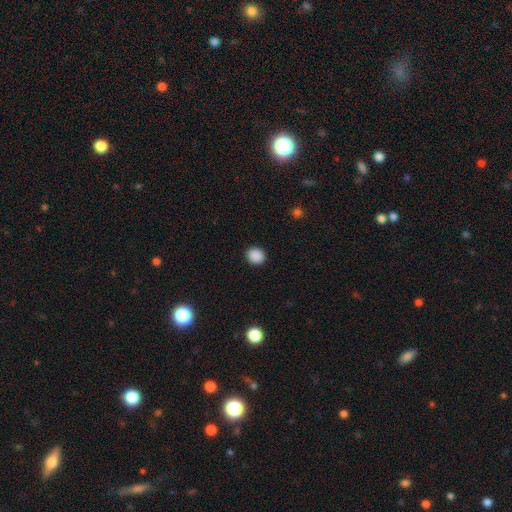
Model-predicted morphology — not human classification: Smooth or featured? Predicted: smooth (p=0.88). How rounded? Predicted: round (p=0.83). Merging? Predicted: none (p=0.92).